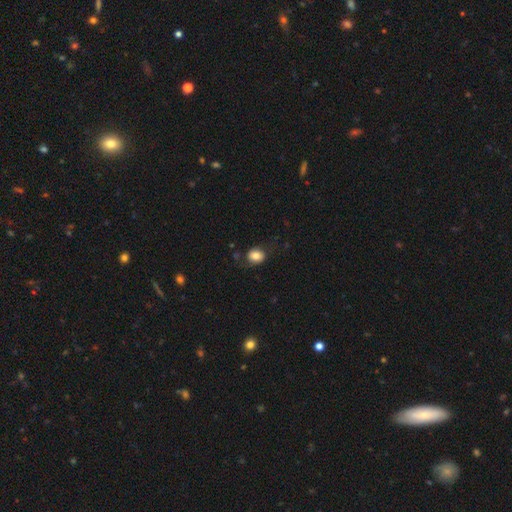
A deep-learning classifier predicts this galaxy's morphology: smooth 79%, featured or disk 12%, star or artifact 9%. Down the decision tree: how rounded — round (54%); merging — none (73%).